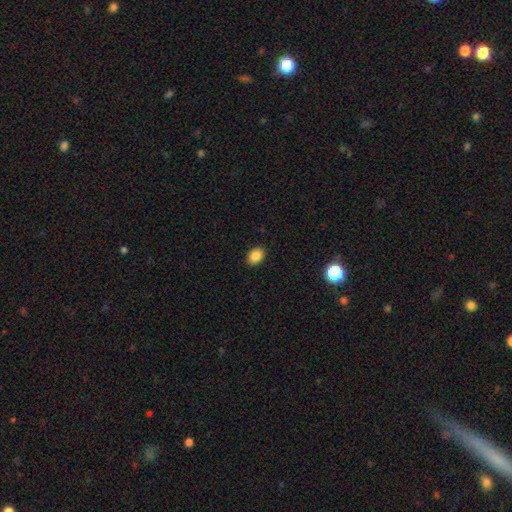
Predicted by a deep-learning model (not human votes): smooth_or_featured: smooth (p=0.86) [alt: star or artifact p=0.09]
how_rounded: in between (p=0.74) [alt: round p=0.25]
merging: none (p=0.89) [alt: minor disturbance p=0.08]